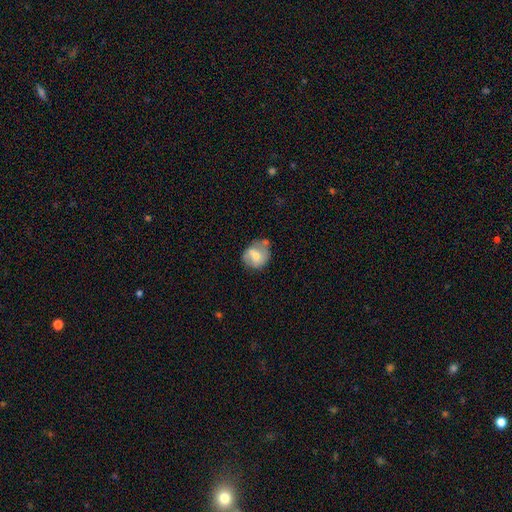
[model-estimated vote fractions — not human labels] This is possibly a smooth galaxy (54%). How rounded: likely round (66%). Merging: possibly none (46%).